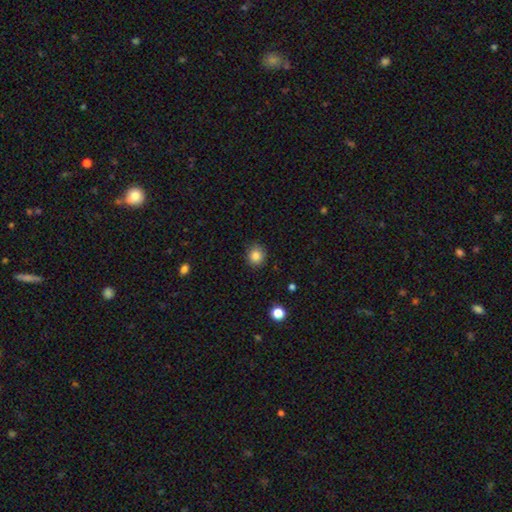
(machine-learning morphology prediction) smooth 85%, star or artifact 11%, featured or disk 4%. Down the decision tree: how rounded — round (85%); merging — none (88%).